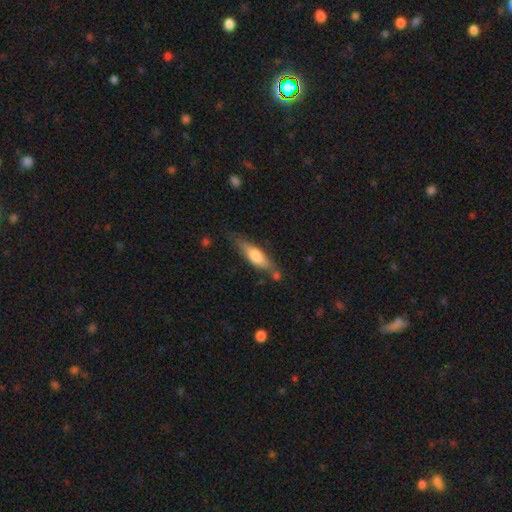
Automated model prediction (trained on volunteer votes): This is possibly a smooth galaxy (52%). How rounded: likely cigar-shaped (62%). Merging: likely none (68%).